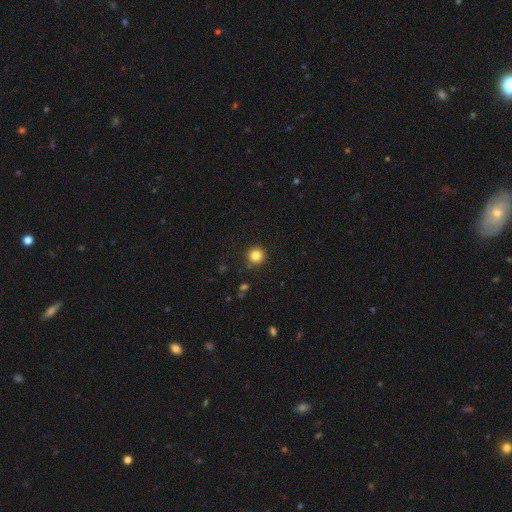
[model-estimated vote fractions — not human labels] smooth-or-featured: smooth: 84% | star or artifact: 11% | featured or disk: 5%
  how-rounded: round: 95% | in between: 4% | cigar-shaped: 1%
  merging: none: 91% | minor disturbance: 6% | major disturbance: 2% | merger: 2%